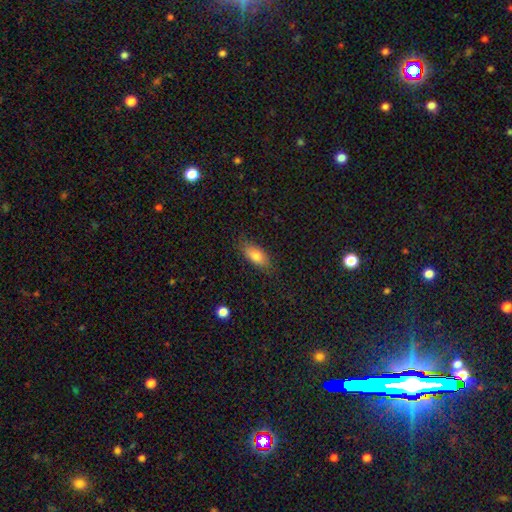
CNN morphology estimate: This appears to be a smooth galaxy with no disk features (80%) that is in between round and cigar-shaped (84%). Merging: none (81%).